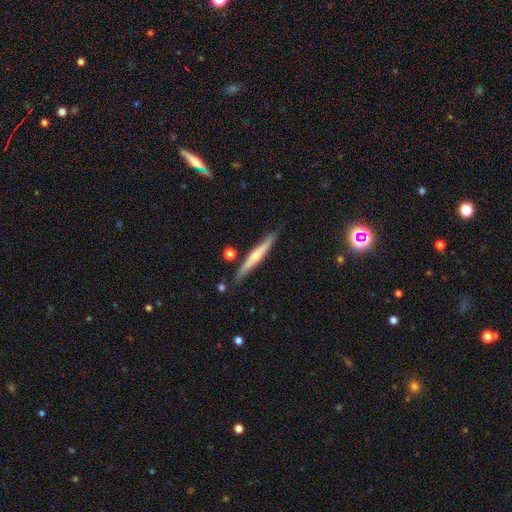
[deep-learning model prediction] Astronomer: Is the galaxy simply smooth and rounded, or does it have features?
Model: featured or disk — 57% (runner-up: smooth, 37%).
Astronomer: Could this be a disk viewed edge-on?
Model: yes — 96%.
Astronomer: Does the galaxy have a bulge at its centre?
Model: rounded — 70%.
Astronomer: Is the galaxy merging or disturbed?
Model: none — 82%.